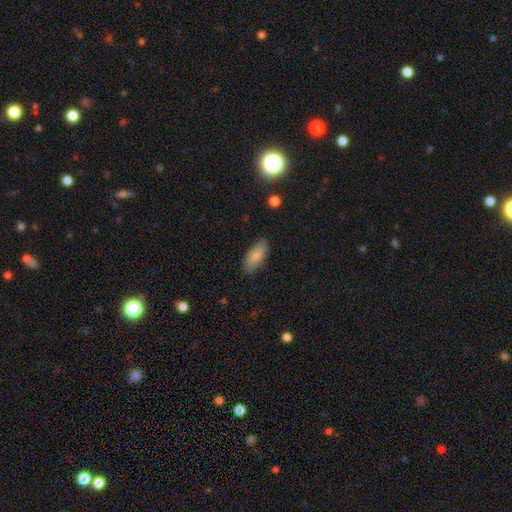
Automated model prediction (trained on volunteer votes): smooth-or-featured: smooth: 82% | featured or disk: 12% | star or artifact: 7%
  how-rounded: in between: 86% | cigar-shaped: 12% | round: 2%
  merging: none: 85% | minor disturbance: 11% | major disturbance: 2% | merger: 1%